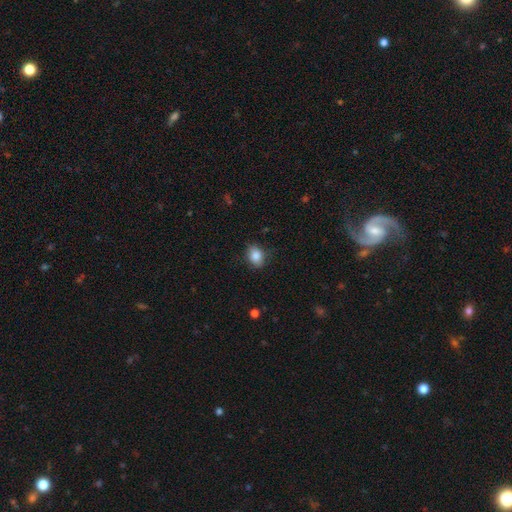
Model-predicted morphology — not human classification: type=smooth (85%); roundness=in between (61%); merging=none (78%).